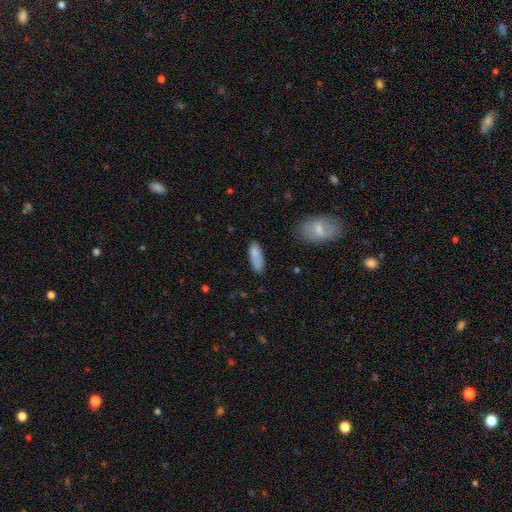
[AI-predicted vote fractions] Q: Smooth or featured?
A: smooth (83%); runner-up: featured or disk (9%)
Q: How rounded?
A: in between (65%); runner-up: cigar-shaped (33%)
Q: Merging?
A: none (66%); runner-up: minor disturbance (23%)